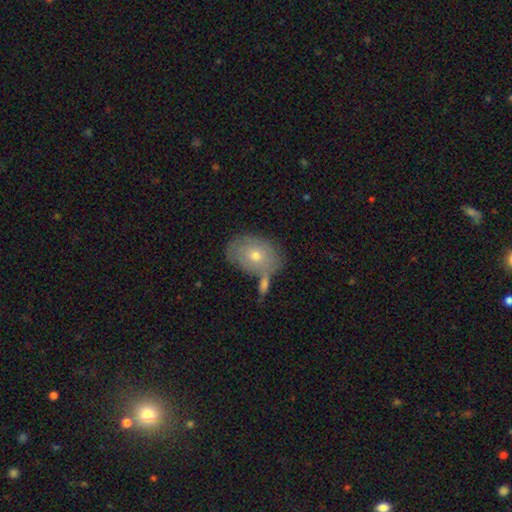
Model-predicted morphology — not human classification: type=smooth (60%); roundness=in between (68%); merging=none (57%).